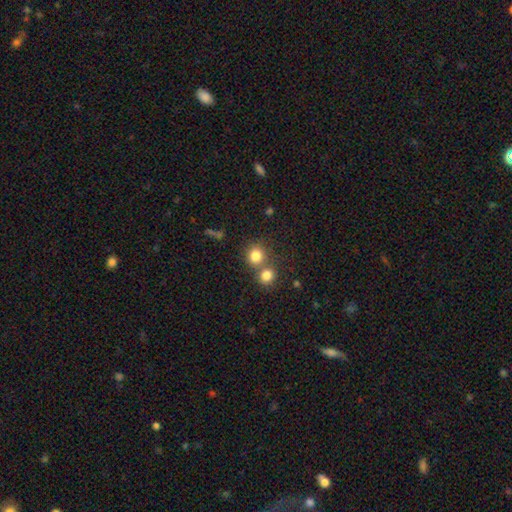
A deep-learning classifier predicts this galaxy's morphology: smooth_or_featured: smooth (p=0.81) [alt: star or artifact p=0.12]
how_rounded: round (p=0.86) [alt: in between p=0.13]
merging: none (p=0.55) [alt: merger p=0.36]